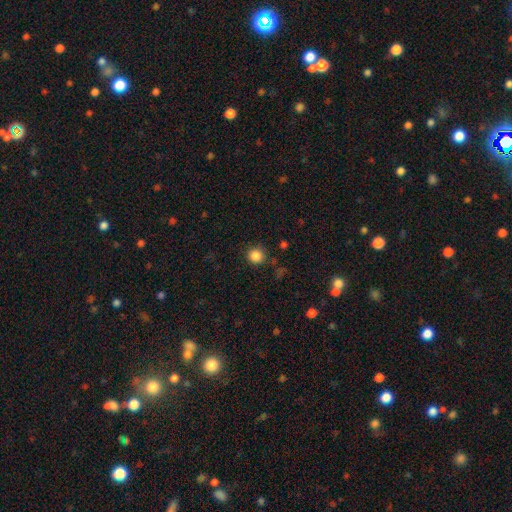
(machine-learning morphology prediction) This appears to be a smooth galaxy with no disk features (85%) that is round (92%). Merging: none (84%).